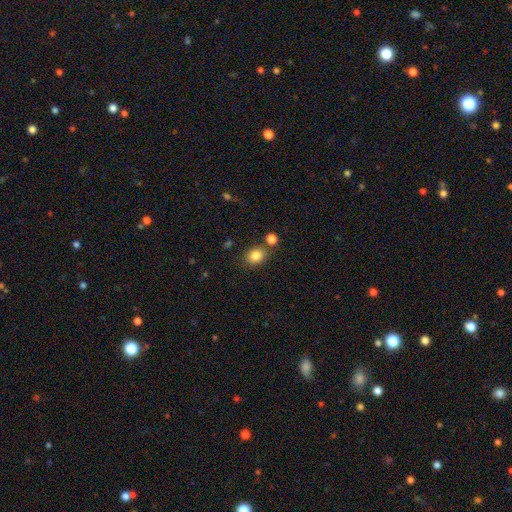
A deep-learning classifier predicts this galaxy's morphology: Q: Smooth or featured?
A: smooth (83%); runner-up: star or artifact (11%)
Q: How rounded?
A: round (56%); runner-up: in between (43%)
Q: Merging?
A: none (77%); runner-up: minor disturbance (10%)